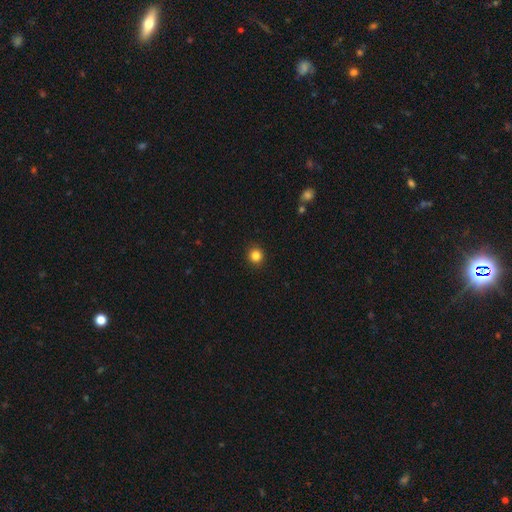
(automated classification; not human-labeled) A smooth galaxy with no disk features (84%) that is round (89%).

Vote fractions:
- Smooth or featured? smooth: 84% / star or artifact: 12% / featured or disk: 4%
- How rounded? round: 89% / in between: 10% / cigar-shaped: 1%
- Merging? none: 92% / minor disturbance: 5% / major disturbance: 2% / merger: 1%